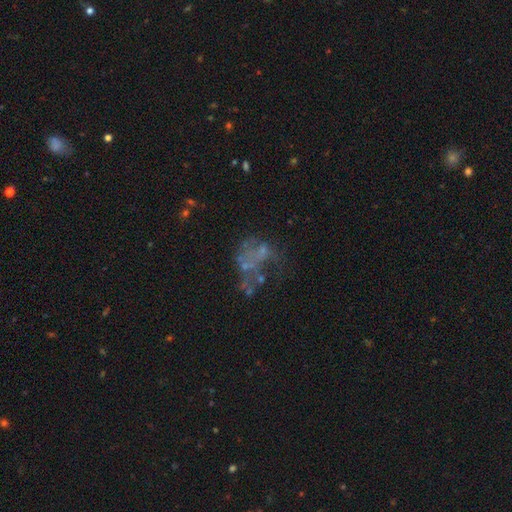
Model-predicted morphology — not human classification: The model was most divided on "merging": none: 36%, major disturbance: 33%, merger: 16%, minor disturbance: 15%. More confident: edge-on disk — no (98%); spiral arms — no (95%); bar — no (94%); bulge size — none (81%); smooth or featured — featured or disk (55%).